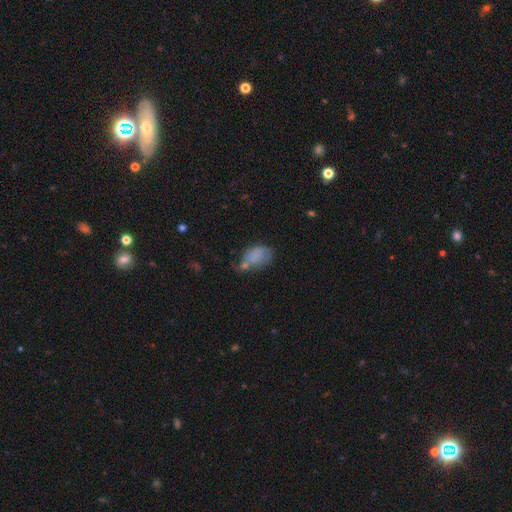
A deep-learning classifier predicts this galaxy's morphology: smooth-or-featured: smooth: 73% | featured or disk: 16% | star or artifact: 10%
  how-rounded: in between: 84% | round: 15% | cigar-shaped: 2%
  merging: none: 29% | minor disturbance: 25% | merger: 25% | major disturbance: 21%